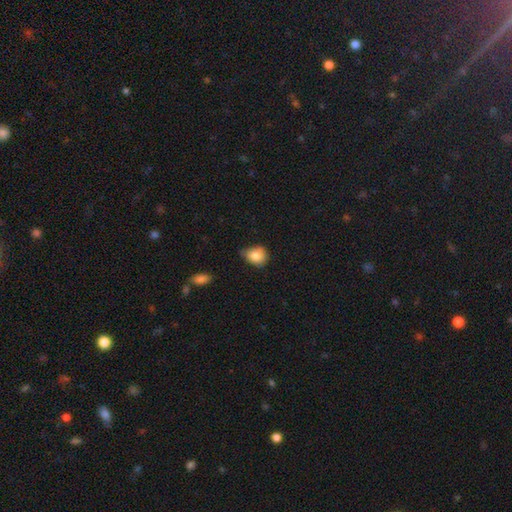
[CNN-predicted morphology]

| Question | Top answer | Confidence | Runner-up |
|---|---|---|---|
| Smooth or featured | smooth | 82% | featured or disk (9%) |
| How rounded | round | 57% | in between (42%) |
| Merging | none | 49% | minor disturbance (41%) |